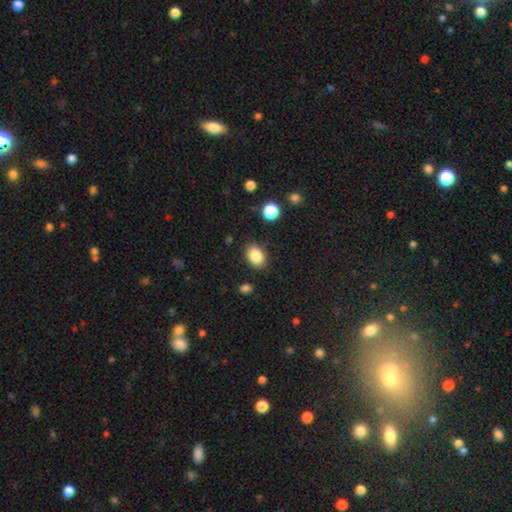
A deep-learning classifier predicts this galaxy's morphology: This appears to be a smooth galaxy with no disk features (86%) that is in between round and cigar-shaped (76%). Merging: none (86%).